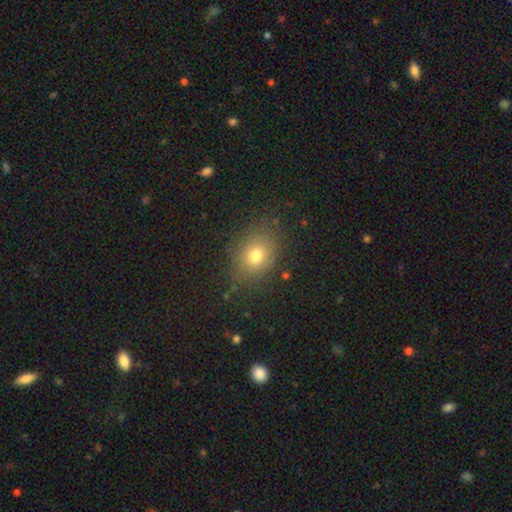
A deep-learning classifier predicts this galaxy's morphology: This is likely a smooth galaxy (74%). How rounded: possibly in between (52%). Merging: clearly none (81%).